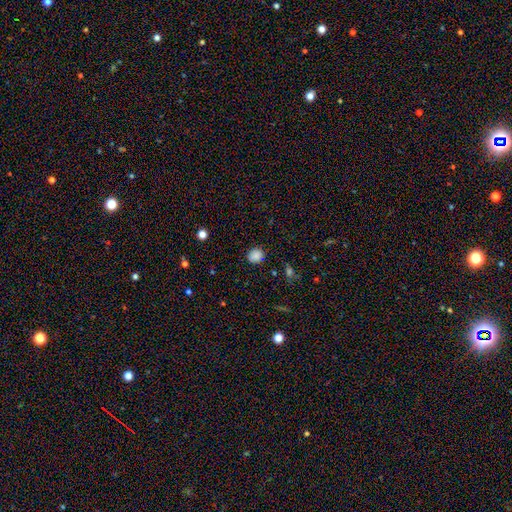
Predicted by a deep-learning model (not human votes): This appears to be a smooth galaxy with no disk features (83%) that is round (67%). Merging: none (83%).